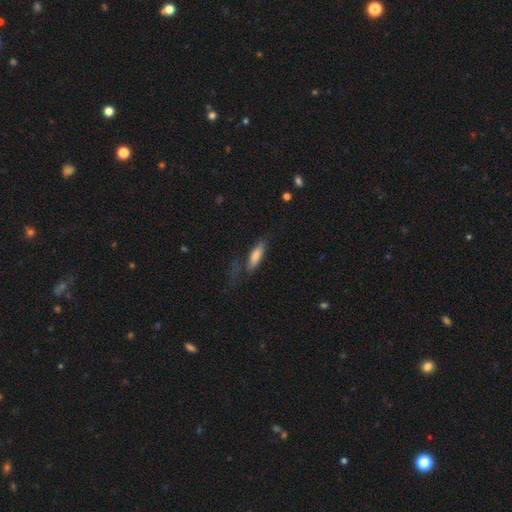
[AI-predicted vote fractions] A smooth galaxy with no disk features (77%) that is cigar-shaped (52%). Merging: none (51%).